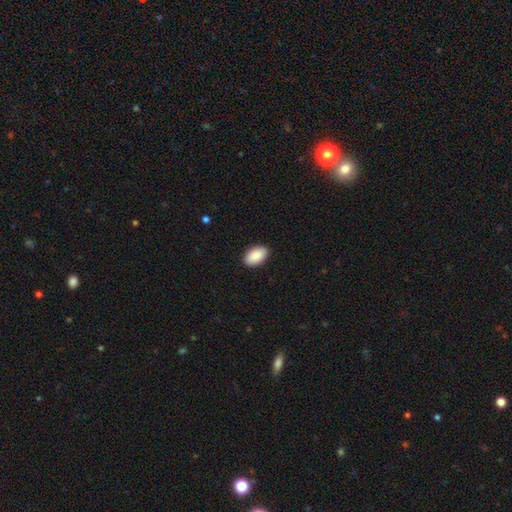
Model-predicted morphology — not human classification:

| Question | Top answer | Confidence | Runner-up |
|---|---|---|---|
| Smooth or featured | smooth | 90% | star or artifact (6%) |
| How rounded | in between | 94% | round (5%) |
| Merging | none | 90% | minor disturbance (7%) |